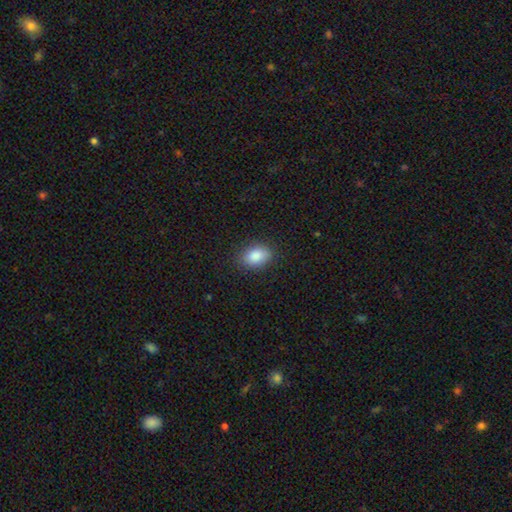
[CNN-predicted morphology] A smooth galaxy with no disk features (87%) that is in between round and cigar-shaped (83%). Merging: none (85%).